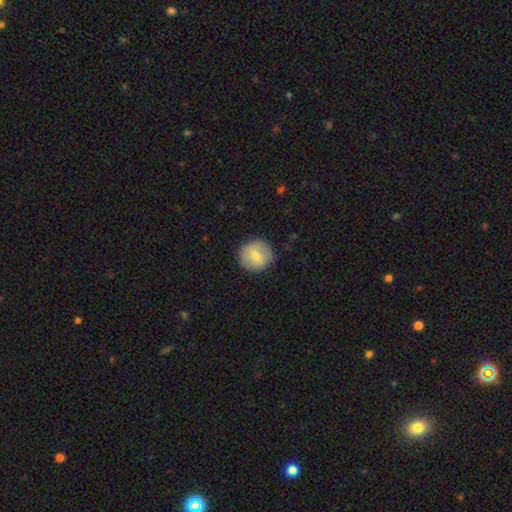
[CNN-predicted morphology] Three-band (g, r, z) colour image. It shows a smooth galaxy with no disk features (67%) that is round (91%). Merging: none (88%).